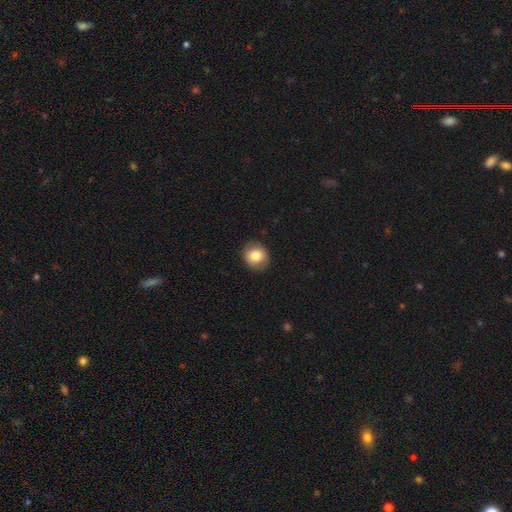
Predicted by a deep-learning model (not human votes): smooth_or_featured: smooth (p=0.80) [alt: featured or disk p=0.12]
how_rounded: round (p=0.80) [alt: in between p=0.19]
merging: none (p=0.87) [alt: minor disturbance p=0.10]